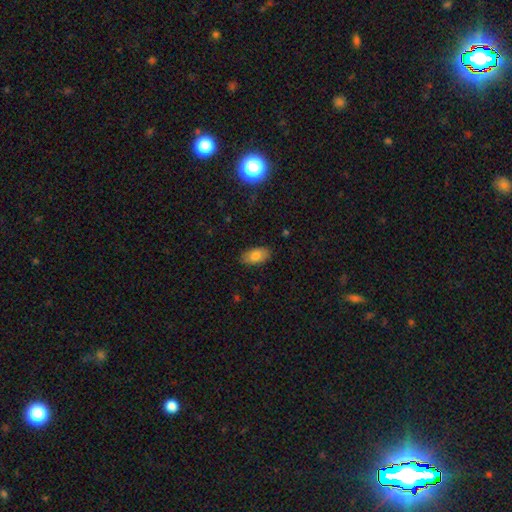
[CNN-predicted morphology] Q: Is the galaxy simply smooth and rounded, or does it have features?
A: smooth — 79%.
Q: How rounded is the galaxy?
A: in between — 93%.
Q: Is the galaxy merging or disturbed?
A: none — 85%.